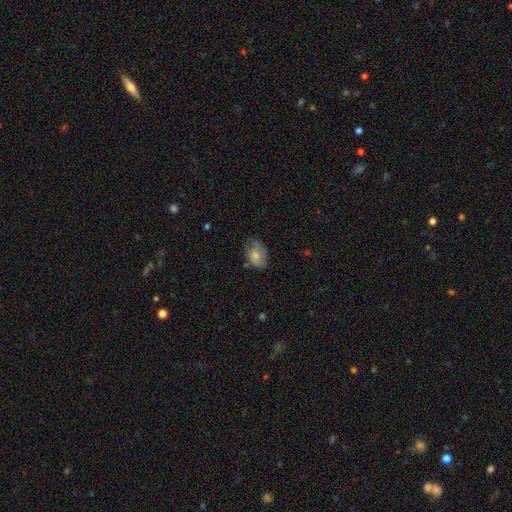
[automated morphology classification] The model was most divided on "merging": none: 62%, minor disturbance: 28%, major disturbance: 8%, merger: 2%. More confident: how rounded — in between (80%); smooth or featured — smooth (73%).